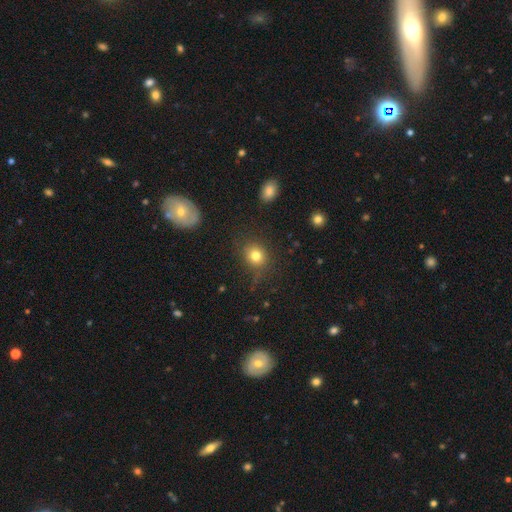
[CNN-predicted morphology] The model was most divided on "how rounded": round: 77%, in between: 22%, cigar-shaped: 1%. More confident: smooth or featured — smooth (80%); merging — none (80%).